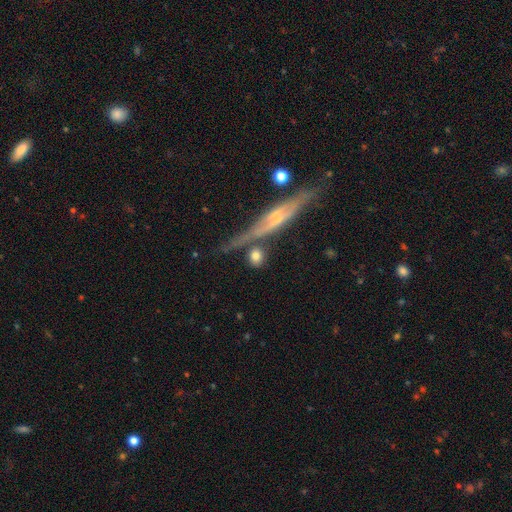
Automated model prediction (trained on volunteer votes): Overall: smooth (71%). How rounded: round (66%). Merging: none (69%).